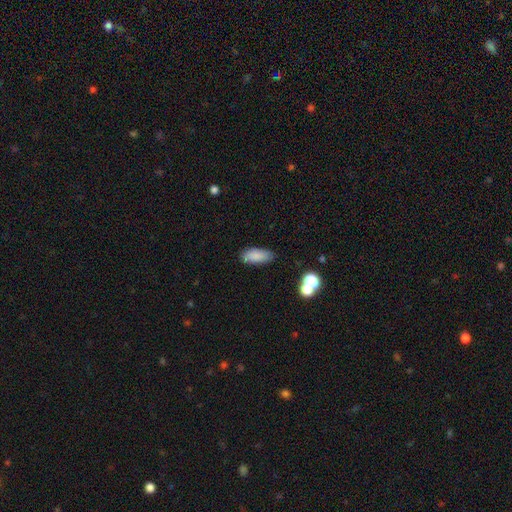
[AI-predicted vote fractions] This appears to be a smooth galaxy with no disk features (84%) that is in between round and cigar-shaped (78%). Merging: none (76%).